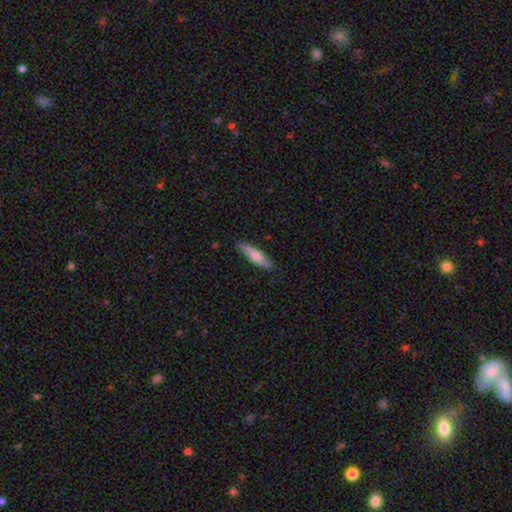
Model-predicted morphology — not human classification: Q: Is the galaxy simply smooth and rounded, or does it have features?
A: smooth — 74%.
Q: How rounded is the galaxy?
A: cigar-shaped — 76%.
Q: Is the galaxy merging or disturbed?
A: none — 83%.